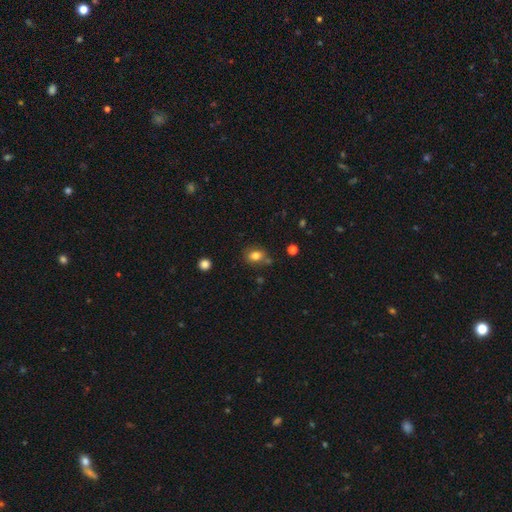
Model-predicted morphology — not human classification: smooth 80%, star or artifact 11%, featured or disk 9%. Down the decision tree: how rounded — in between (58%); merging — none (69%).